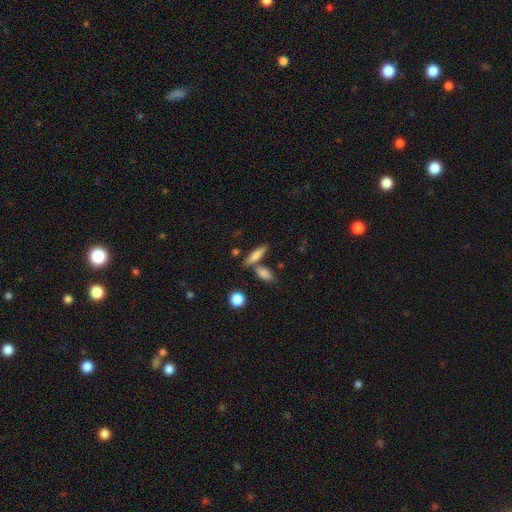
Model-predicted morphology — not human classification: This appears to be a smooth galaxy with no disk features (73%) that is cigar-shaped (65%). Merging: none (64%).